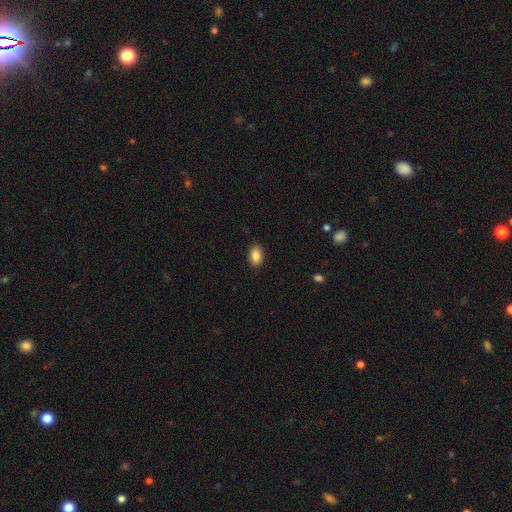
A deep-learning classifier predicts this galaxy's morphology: This appears to be a smooth galaxy with no disk features (88%) that is in between round and cigar-shaped (88%). Merging: none (89%).